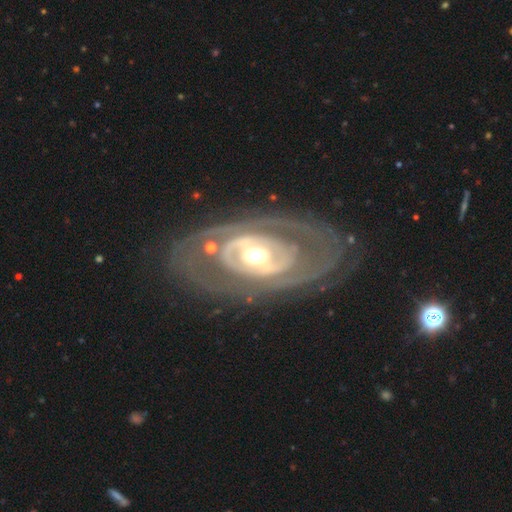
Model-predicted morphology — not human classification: Smooth or featured? featured or disk (83%)
Edge-on disk? no (92%)
Bar? no (53%)
Spiral arms? yes (61%)
Bulge size? moderate (67%)
Merging? none (73%)